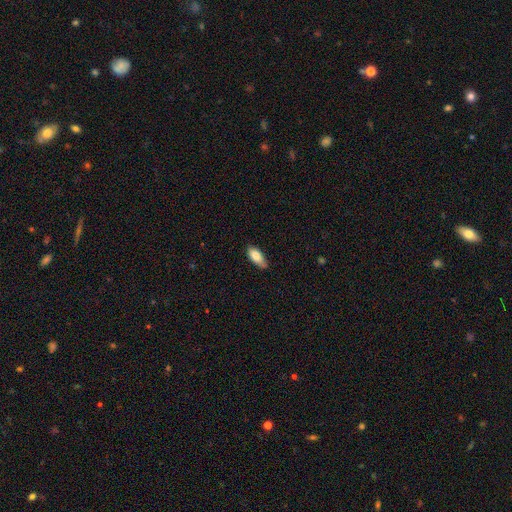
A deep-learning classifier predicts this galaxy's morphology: Smooth or featured?
  - smooth: 82% *
  - featured or disk: 12%
  - star or artifact: 6%
How rounded?
  - in between: 83% *
  - cigar-shaped: 14%
  - round: 2%
Merging?
  - none: 70% *
  - minor disturbance: 25%
  - major disturbance: 3%
  - merger: 1%